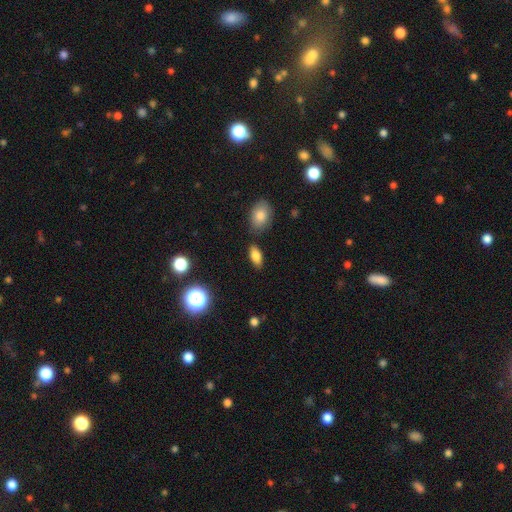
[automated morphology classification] smooth-or-featured: smooth: 80% | star or artifact: 10% | featured or disk: 10%
  how-rounded: in between: 87% | cigar-shaped: 8% | round: 5%
  merging: none: 82% | minor disturbance: 11% | merger: 5% | major disturbance: 3%